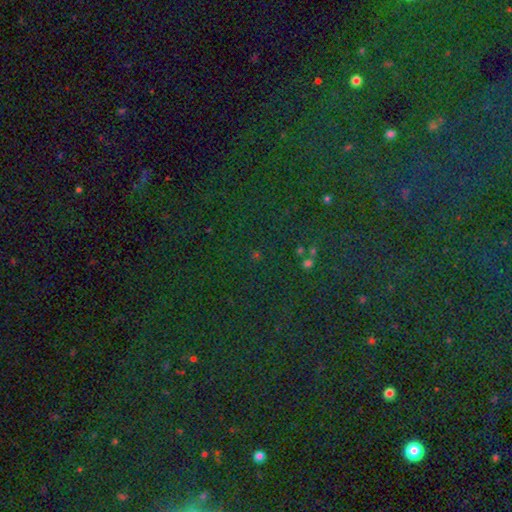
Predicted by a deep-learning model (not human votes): Morphology: type=star or artifact (82%).